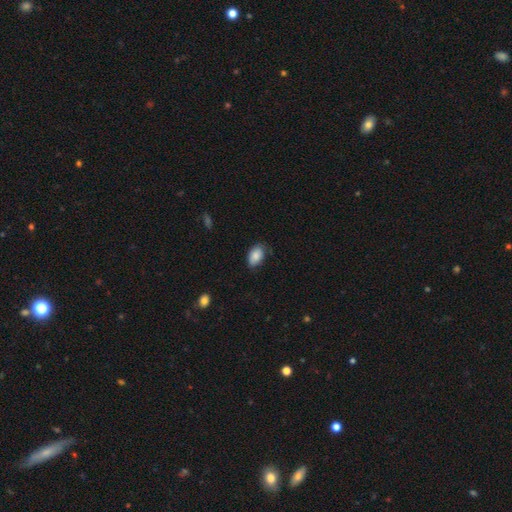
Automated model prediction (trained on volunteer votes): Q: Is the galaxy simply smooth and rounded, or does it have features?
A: smooth — 85%.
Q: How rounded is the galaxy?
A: in between — 91%.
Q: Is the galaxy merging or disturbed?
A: none — 69%.